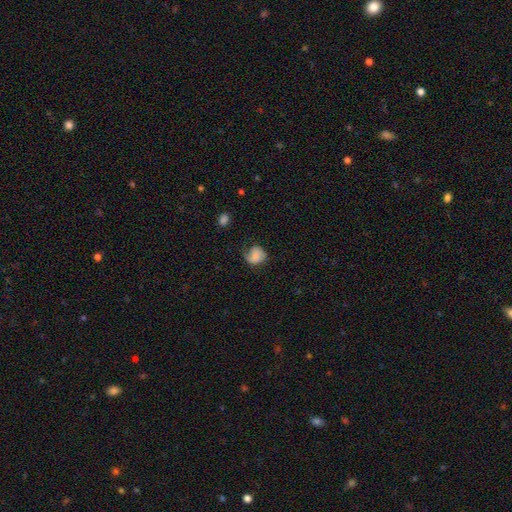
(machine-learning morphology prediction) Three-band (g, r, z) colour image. It shows a smooth galaxy with no disk features (64%) that is round (65%). Merging: none (48%).